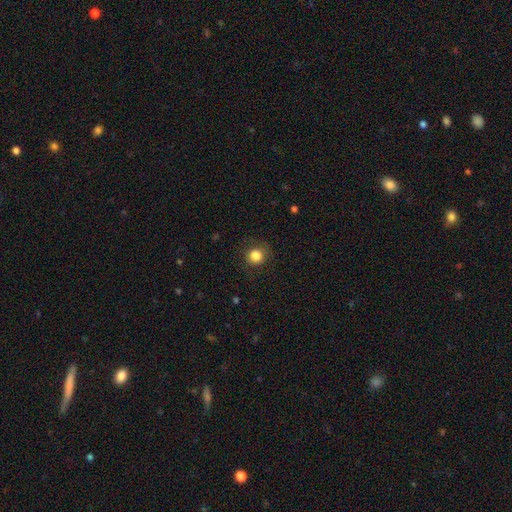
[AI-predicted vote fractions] Smooth or featured: smooth — 84% (star or artifact — 11%)
How rounded: round — 91% (in between — 8%)
Merging: none — 85% (minor disturbance — 10%)